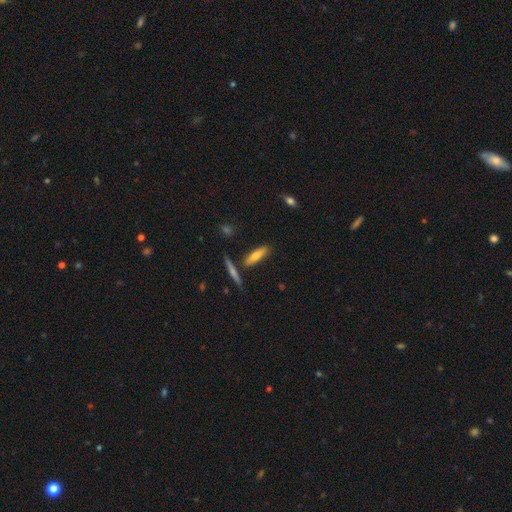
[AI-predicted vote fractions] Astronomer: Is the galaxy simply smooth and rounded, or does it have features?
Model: smooth — 61%.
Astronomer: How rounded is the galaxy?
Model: cigar-shaped — 63%.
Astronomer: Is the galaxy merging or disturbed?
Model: none — 76%.